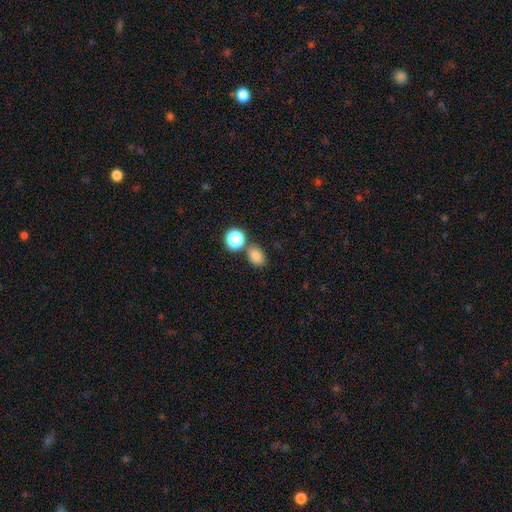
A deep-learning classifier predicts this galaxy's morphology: Smooth or featured: smooth — 80% (star or artifact — 15%)
How rounded: in between — 64% (round — 35%)
Merging: none — 72% (merger — 13%)